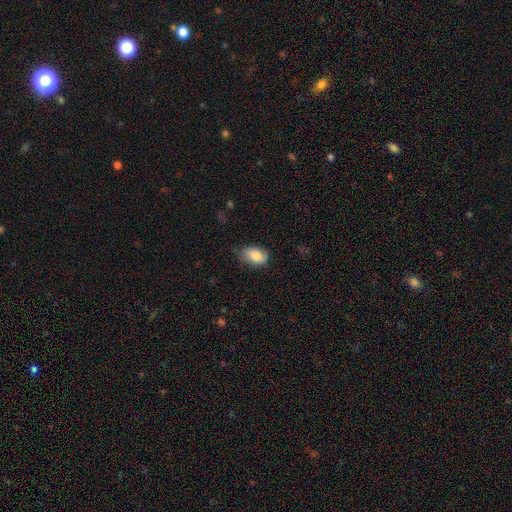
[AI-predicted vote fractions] This is clearly a smooth galaxy (83%). How rounded: clearly in between (89%). Merging: likely none (66%).